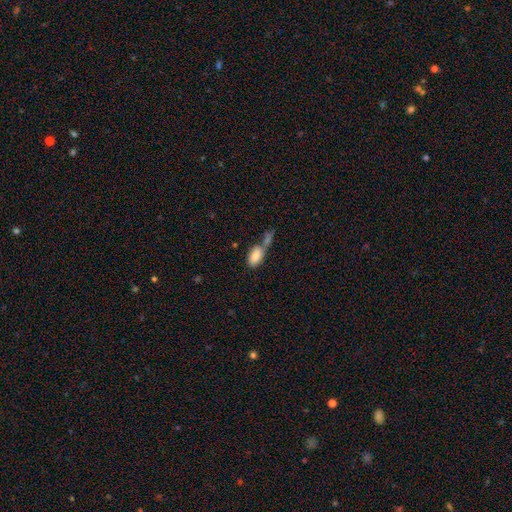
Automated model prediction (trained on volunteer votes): Smooth or featured? smooth (80%)
How rounded? in between (91%)
Merging? merger (49%)